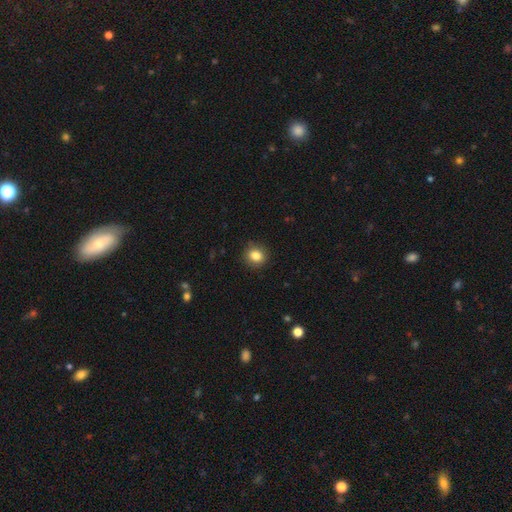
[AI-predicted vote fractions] Q: Smooth or featured?
A: smooth (84%); runner-up: star or artifact (10%)
Q: How rounded?
A: round (79%); runner-up: in between (20%)
Q: Merging?
A: none (90%); runner-up: minor disturbance (7%)